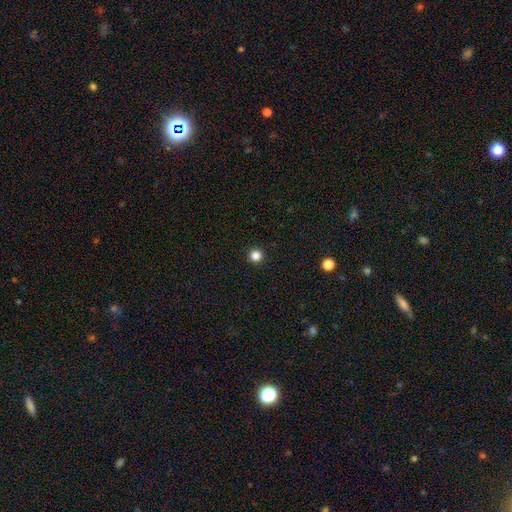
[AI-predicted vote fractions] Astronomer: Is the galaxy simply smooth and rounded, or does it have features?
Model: smooth — 85%.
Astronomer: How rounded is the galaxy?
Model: round — 97%.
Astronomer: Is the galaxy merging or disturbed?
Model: none — 94%.